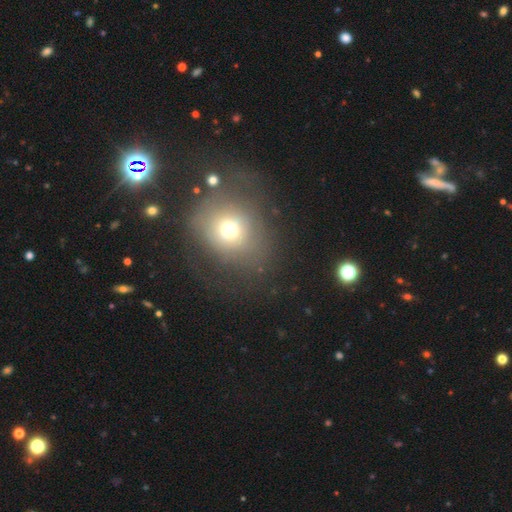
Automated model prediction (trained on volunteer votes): A smooth galaxy with no disk features (59%) that is round (73%). Merging: none (69%).